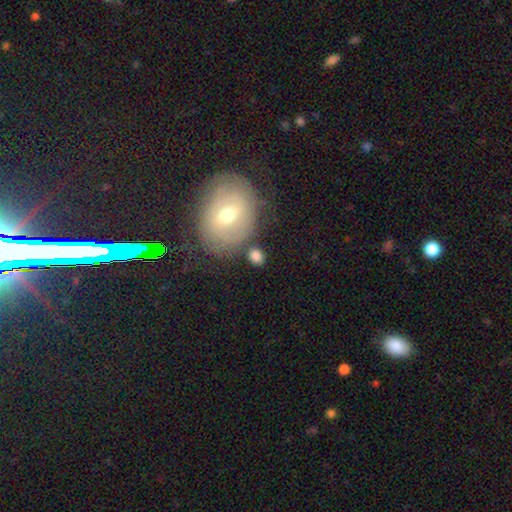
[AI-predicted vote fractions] smooth_or_featured: smooth (p=0.78) [alt: featured or disk p=0.12]
how_rounded: round (p=0.59) [alt: in between p=0.39]
merging: none (p=0.71) [alt: minor disturbance p=0.12]